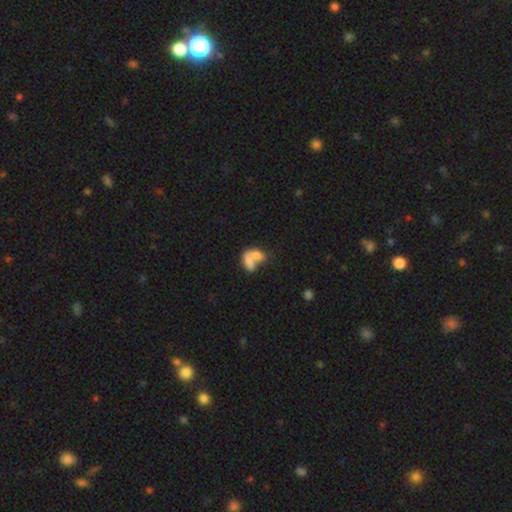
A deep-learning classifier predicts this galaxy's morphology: The model was most divided on "smooth or featured": smooth: 72%, featured or disk: 19%, star or artifact: 9%. More confident: how rounded — in between (80%); merging — merger (71%).